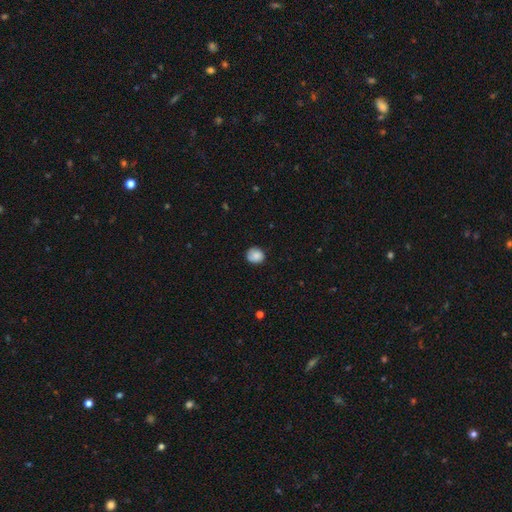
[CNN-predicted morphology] This is clearly a smooth galaxy (84%). How rounded: clearly round (81%). Merging: likely none (75%).